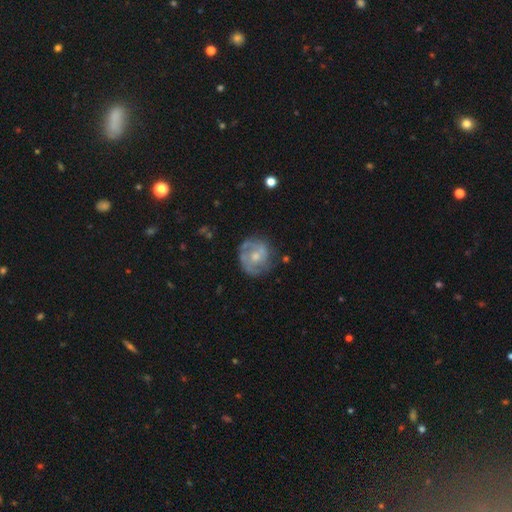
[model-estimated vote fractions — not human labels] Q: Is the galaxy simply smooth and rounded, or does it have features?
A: featured or disk — 65%.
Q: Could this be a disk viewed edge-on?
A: no — 98%.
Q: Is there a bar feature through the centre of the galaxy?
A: no — 72%.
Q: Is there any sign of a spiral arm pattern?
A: yes — 70%.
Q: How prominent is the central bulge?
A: moderate — 53%.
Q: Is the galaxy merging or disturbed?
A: none — 68%.